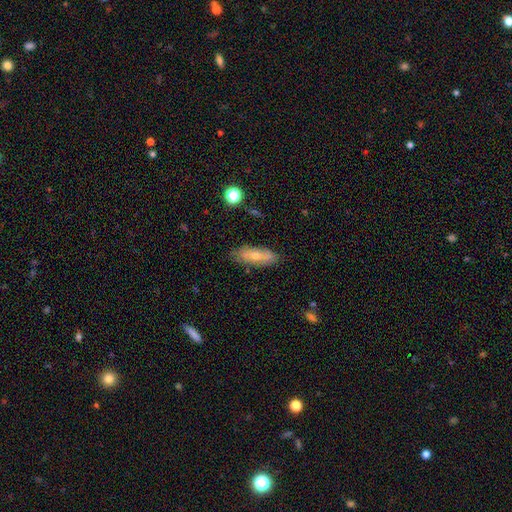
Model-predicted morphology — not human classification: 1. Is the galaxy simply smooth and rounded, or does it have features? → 47% smooth, 45% featured or disk, 9% star or artifact.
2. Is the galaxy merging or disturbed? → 81% none, 14% minor disturbance, 3% major disturbance, 2% merger.